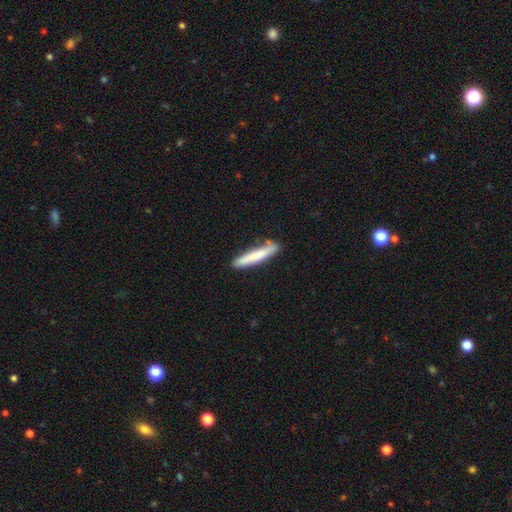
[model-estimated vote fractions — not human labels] Smooth or featured: smooth — 74% (featured or disk — 21%)
How rounded: cigar-shaped — 93% (in between — 5%)
Merging: none — 81% (minor disturbance — 13%)